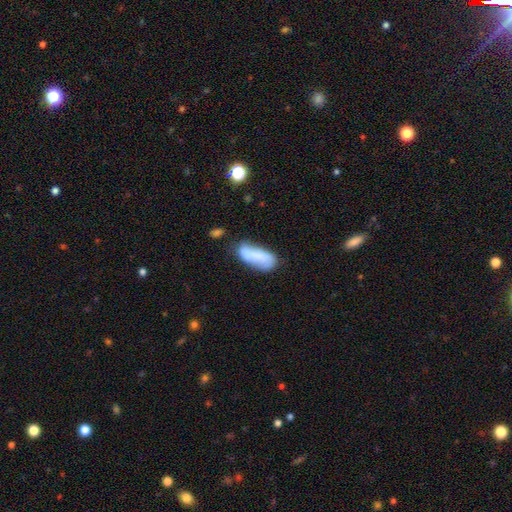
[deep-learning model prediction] Q: Smooth or featured?
A: smooth (68%); runner-up: featured or disk (24%)
Q: How rounded?
A: in between (72%); runner-up: cigar-shaped (26%)
Q: Merging?
A: none (54%); runner-up: minor disturbance (28%)